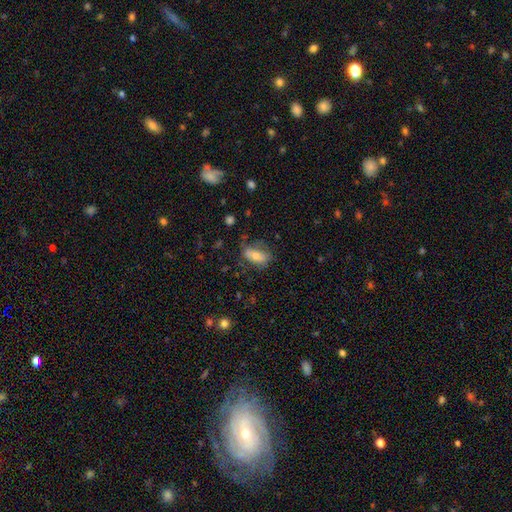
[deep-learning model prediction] This appears to be a smooth galaxy with no disk features (61%) that is in between round and cigar-shaped (84%). Merging: none (62%).